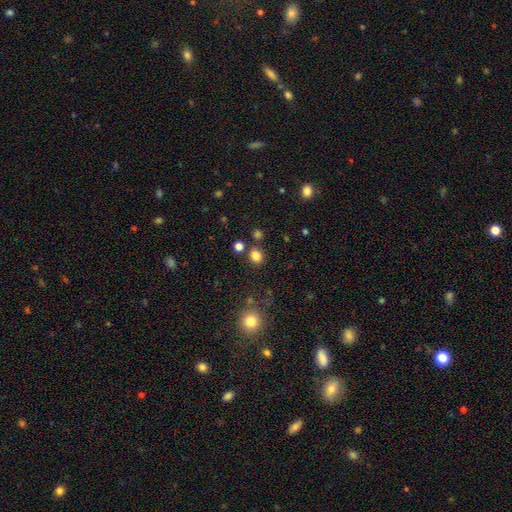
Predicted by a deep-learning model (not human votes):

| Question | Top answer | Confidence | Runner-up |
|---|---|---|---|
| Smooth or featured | smooth | 82% | star or artifact (14%) |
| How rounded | round | 68% | in between (31%) |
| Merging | none | 81% | minor disturbance (9%) |